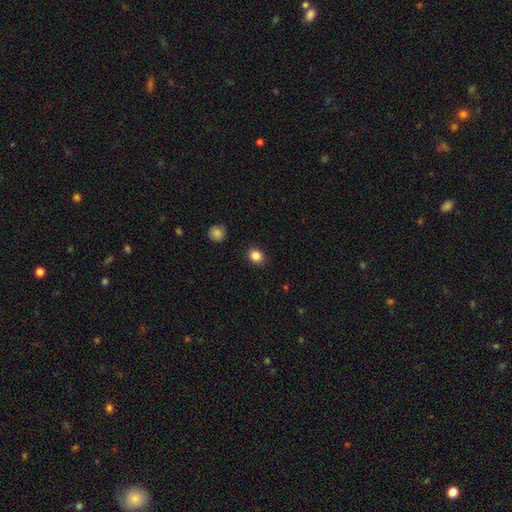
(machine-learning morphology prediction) smooth 86%, star or artifact 10%, featured or disk 4%. Down the decision tree: how rounded — round (65%); merging — none (89%).